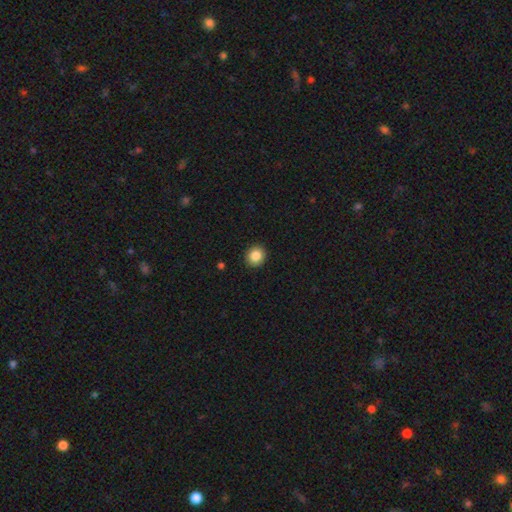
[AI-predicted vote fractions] smooth_or_featured: smooth (p=0.85) [alt: star or artifact p=0.09]
how_rounded: round (p=0.85) [alt: in between p=0.14]
merging: none (p=0.92) [alt: minor disturbance p=0.05]